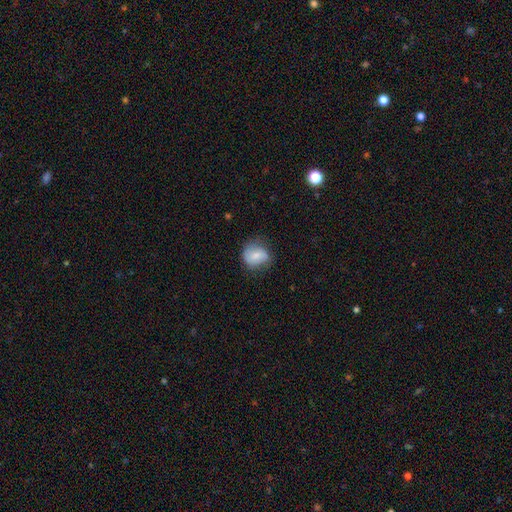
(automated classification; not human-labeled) Morphology: type=smooth (66%); roundness=round (63%); merging=none (59%).